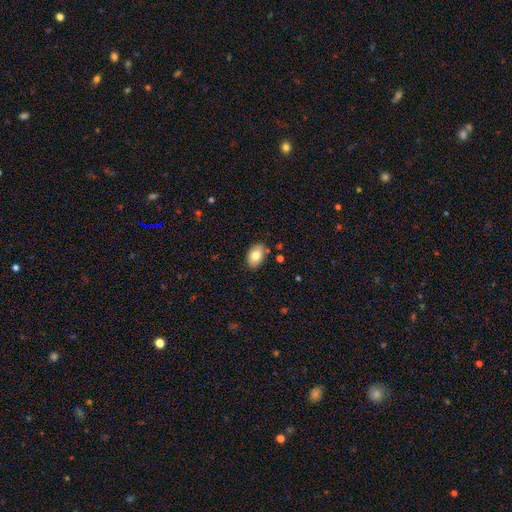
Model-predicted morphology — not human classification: smooth-or-featured: smooth: 79% | featured or disk: 14% | star or artifact: 8%
  how-rounded: in between: 87% | round: 12% | cigar-shaped: 1%
  merging: none: 85% | minor disturbance: 11% | major disturbance: 2% | merger: 2%